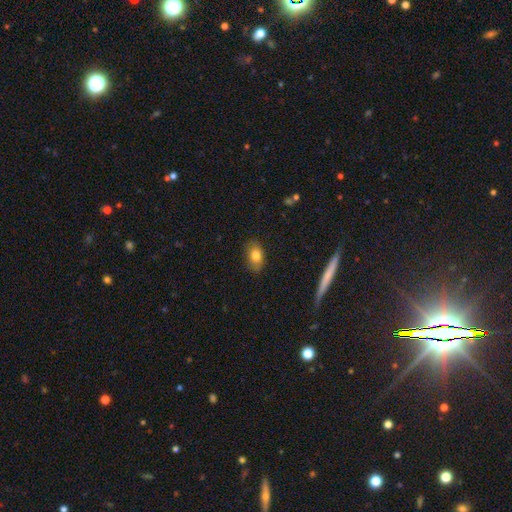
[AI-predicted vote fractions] Smooth or featured? Predicted: smooth (p=0.80). How rounded? Predicted: in between (p=0.84). Merging? Predicted: none (p=0.82).